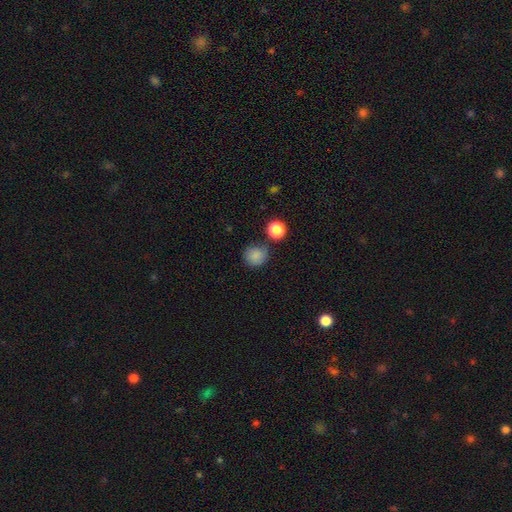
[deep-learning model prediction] A smooth galaxy with no disk features (82%) that is round (88%). Merging: none (71%).